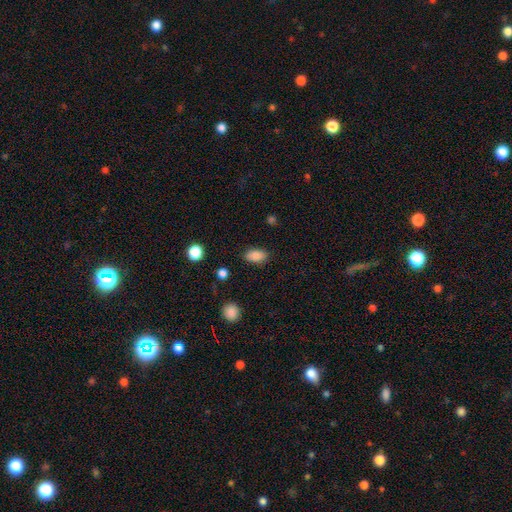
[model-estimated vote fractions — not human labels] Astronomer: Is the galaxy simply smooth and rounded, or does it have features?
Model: smooth — 86%.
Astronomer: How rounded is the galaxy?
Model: in between — 90%.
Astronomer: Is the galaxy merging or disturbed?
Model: none — 86%.